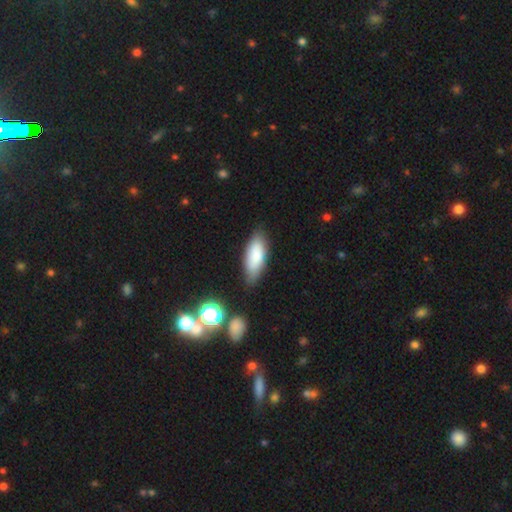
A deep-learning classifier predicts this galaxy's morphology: The model was most divided on "how rounded": in between: 73%, cigar-shaped: 25%, round: 2%. More confident: smooth or featured — smooth (83%); merging — none (78%).